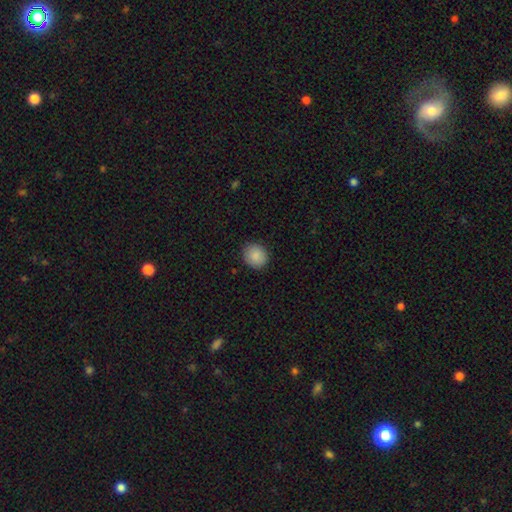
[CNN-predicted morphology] A smooth galaxy with no disk features (89%) that is round (81%). Merging: none (90%).